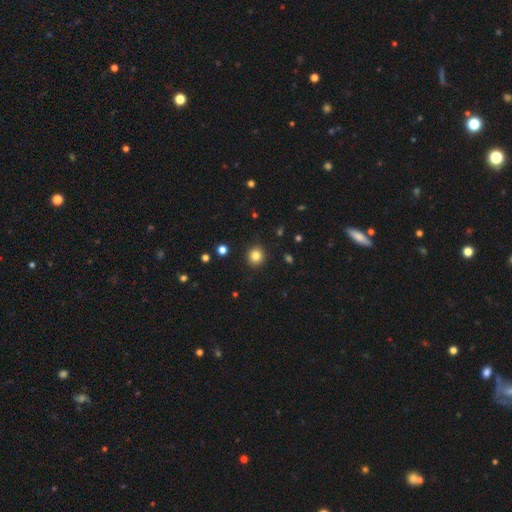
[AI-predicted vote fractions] Overall: smooth (82%). How rounded: round (88%). Merging: none (92%).